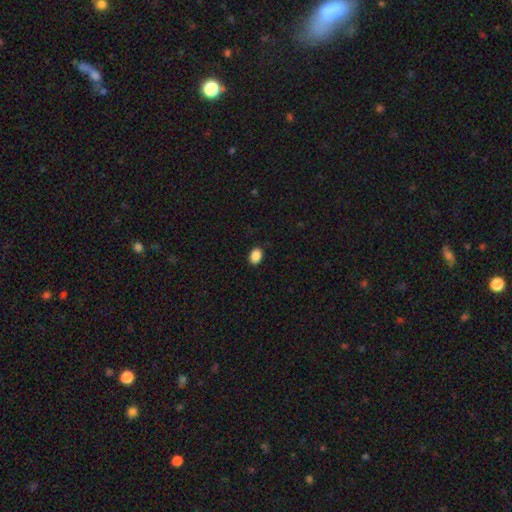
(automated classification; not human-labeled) Smooth or featured?
  - smooth: 88% *
  - star or artifact: 9%
  - featured or disk: 3%
How rounded?
  - in between: 67% *
  - round: 32%
  - cigar-shaped: 1%
Merging?
  - none: 88% *
  - minor disturbance: 9%
  - major disturbance: 2%
  - merger: 1%